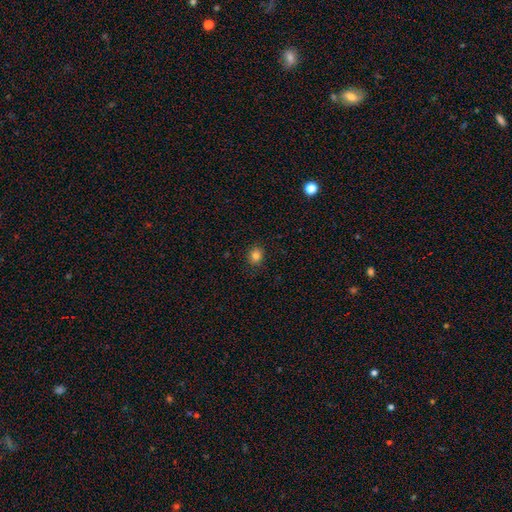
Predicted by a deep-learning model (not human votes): A smooth galaxy with no disk features (83%) that is round (74%).

Vote fractions:
- Smooth or featured? smooth: 83% / star or artifact: 12% / featured or disk: 5%
- How rounded? round: 74% / in between: 25% / cigar-shaped: 1%
- Merging? none: 89% / minor disturbance: 7% / major disturbance: 2% / merger: 1%